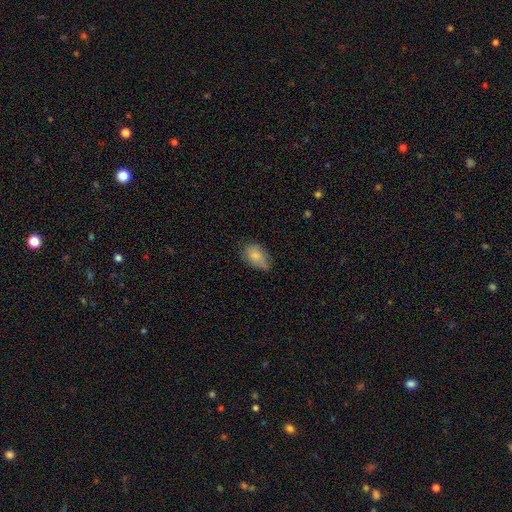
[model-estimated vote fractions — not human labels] Overall: smooth (82%). How rounded: in between (89%). Merging: none (54%; minor disturbance 36%).